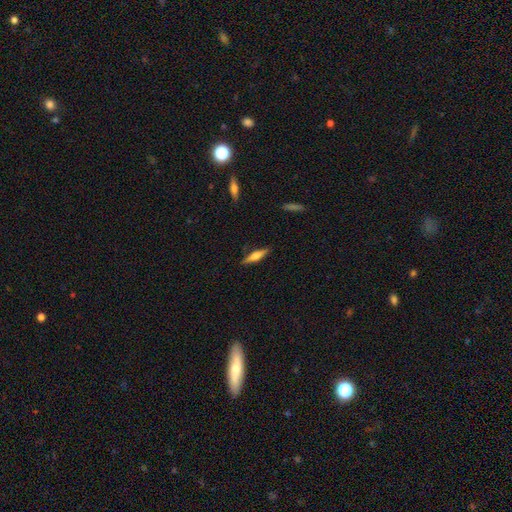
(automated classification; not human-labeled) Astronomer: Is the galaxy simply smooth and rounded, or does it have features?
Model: featured or disk — 50% (runner-up: smooth, 44%).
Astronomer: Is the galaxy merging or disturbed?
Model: none — 87%.